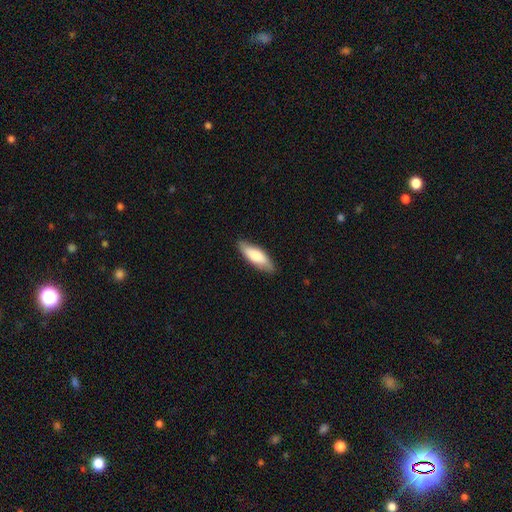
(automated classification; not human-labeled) Smooth or featured: smooth — 78% (featured or disk — 16%)
How rounded: in between — 54% (cigar-shaped — 45%)
Merging: none — 85% (minor disturbance — 12%)